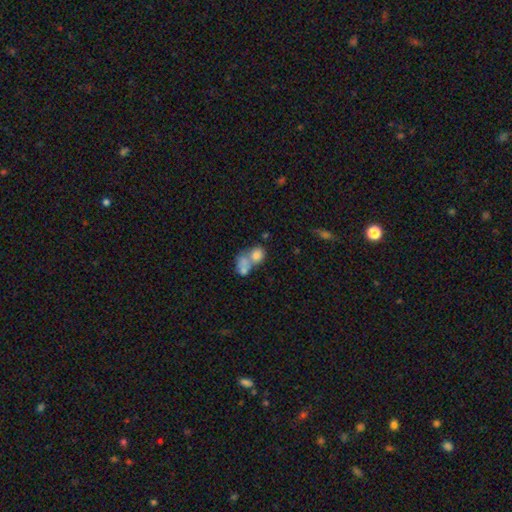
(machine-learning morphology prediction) This appears to be a smooth galaxy with no disk features (61%) that is round (54%). Merging: merger (57%).